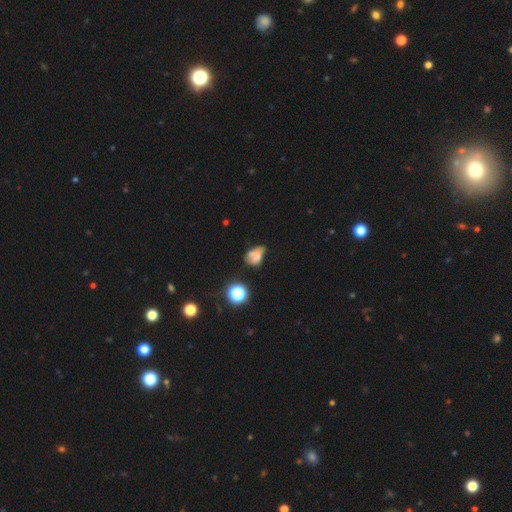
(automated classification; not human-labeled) Smooth or featured: smooth — 48% (featured or disk — 34%)
Merging: none — 28% (merger — 27%)